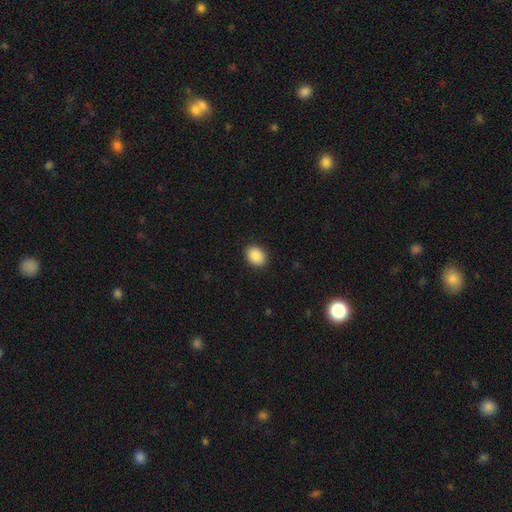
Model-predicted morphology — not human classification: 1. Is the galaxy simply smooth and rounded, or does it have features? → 90% smooth, 8% star or artifact, 3% featured or disk.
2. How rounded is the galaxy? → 63% in between, 36% round, 1% cigar-shaped.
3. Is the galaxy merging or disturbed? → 90% none, 7% minor disturbance, 2% major disturbance, 1% merger.